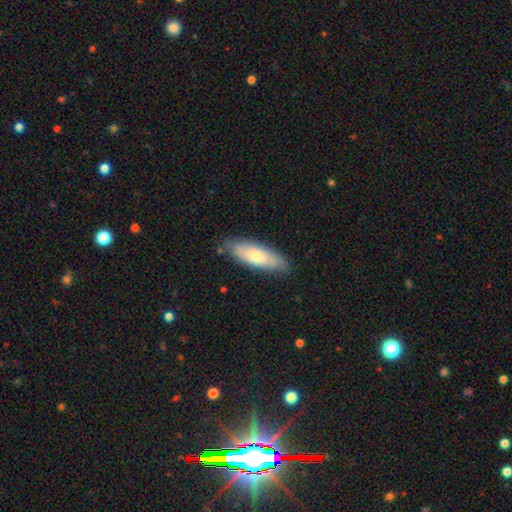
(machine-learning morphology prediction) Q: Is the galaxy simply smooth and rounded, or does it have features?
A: smooth — 64%.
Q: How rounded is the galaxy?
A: in between — 56%.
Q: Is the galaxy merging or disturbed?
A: none — 81%.